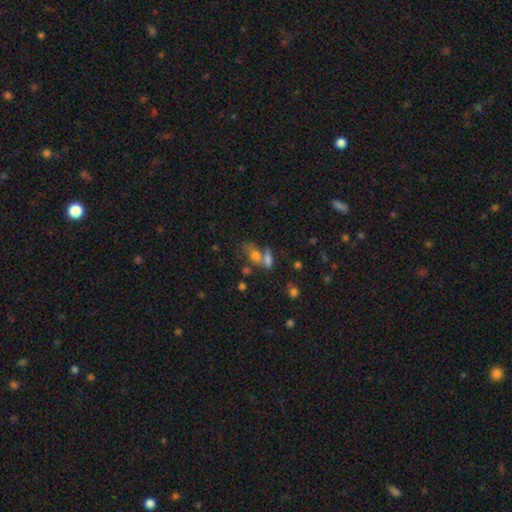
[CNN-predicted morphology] smooth-or-featured: smooth: 64% | featured or disk: 21% | star or artifact: 15%
  how-rounded: in between: 70% | round: 19% | cigar-shaped: 12%
  merging: merger: 48% | none: 30% | minor disturbance: 12% | major disturbance: 10%